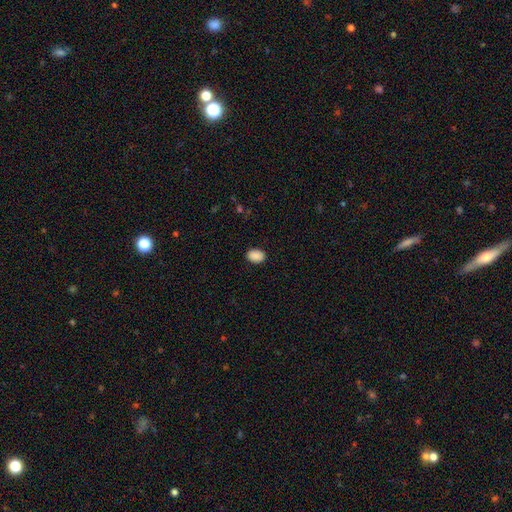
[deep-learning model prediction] Morphology: type=smooth (90%); roundness=in between (79%); merging=none (89%).